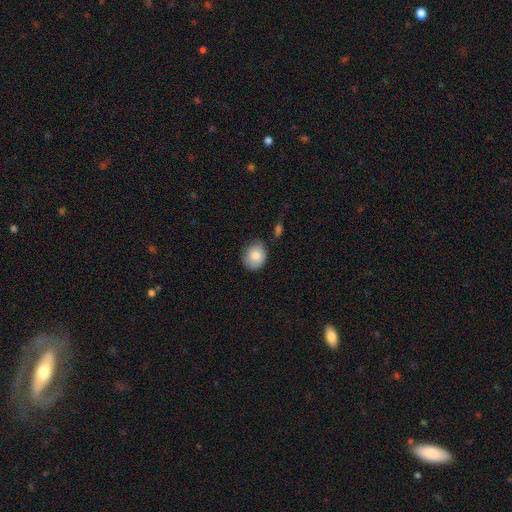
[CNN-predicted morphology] A smooth galaxy with no disk features (83%) that is round (59%).

Vote fractions:
- Smooth or featured? smooth: 83% / featured or disk: 10% / star or artifact: 8%
- How rounded? round: 59% / in between: 40% / cigar-shaped: 1%
- Merging? none: 72% / minor disturbance: 21% / major disturbance: 4% / merger: 3%